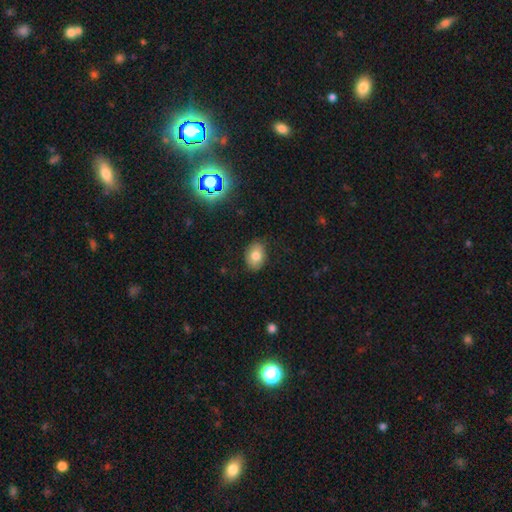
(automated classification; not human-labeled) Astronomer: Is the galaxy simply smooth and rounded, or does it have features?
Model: smooth — 76%.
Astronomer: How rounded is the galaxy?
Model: in between — 73%.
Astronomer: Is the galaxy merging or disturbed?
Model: none — 84%.